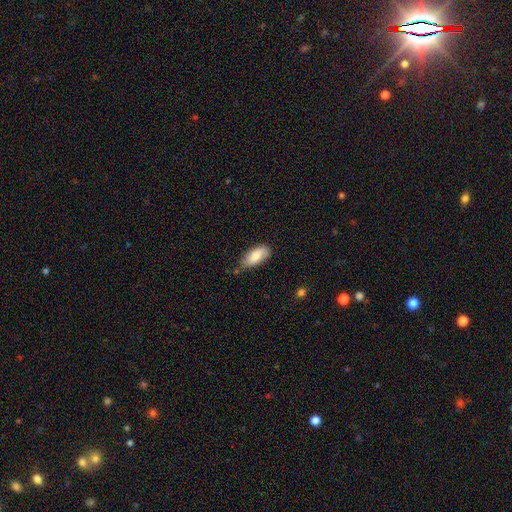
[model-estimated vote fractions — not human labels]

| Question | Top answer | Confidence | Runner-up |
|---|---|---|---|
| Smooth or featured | smooth | 79% | featured or disk (14%) |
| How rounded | in between | 87% | cigar-shaped (11%) |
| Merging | none | 66% | minor disturbance (27%) |